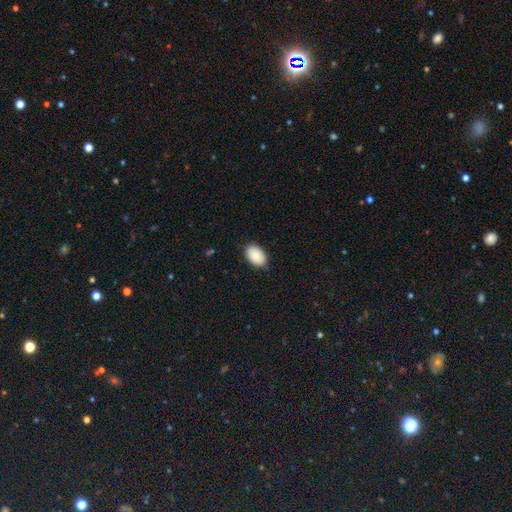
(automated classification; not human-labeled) Smooth or featured? Predicted: smooth (p=0.90). How rounded? Predicted: in between (p=0.92). Merging? Predicted: none (p=0.86).